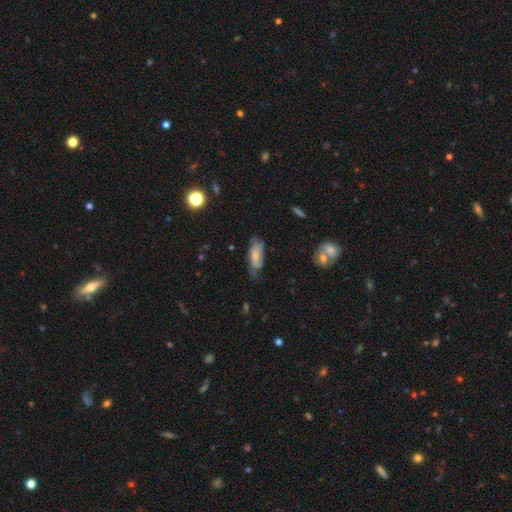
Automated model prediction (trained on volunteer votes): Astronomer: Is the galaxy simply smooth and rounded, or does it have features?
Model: smooth — 64%.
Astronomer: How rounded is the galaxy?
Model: in between — 74%.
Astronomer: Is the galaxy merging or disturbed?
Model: none — 47% (runner-up: minor disturbance, 36%).